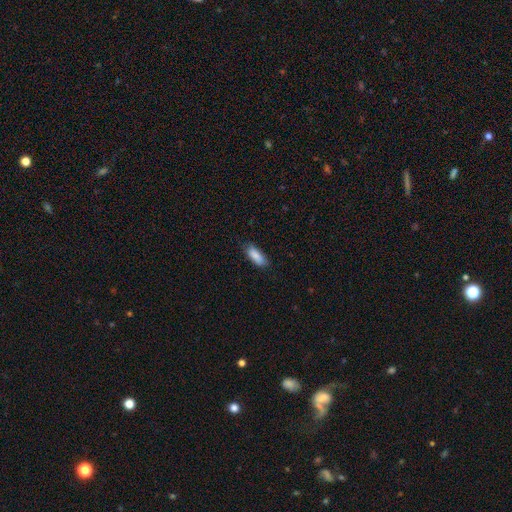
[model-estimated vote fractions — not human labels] A smooth galaxy with no disk features (88%) that is in between round and cigar-shaped (70%). Merging: none (80%).